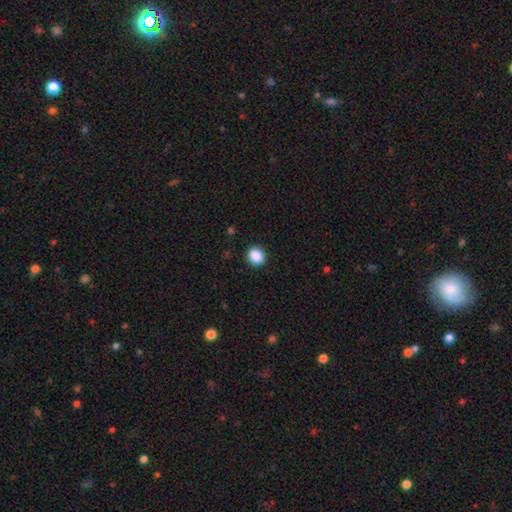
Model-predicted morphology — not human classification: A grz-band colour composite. It shows a smooth galaxy with no disk features (89%) that is round (82%). Merging: none (91%).